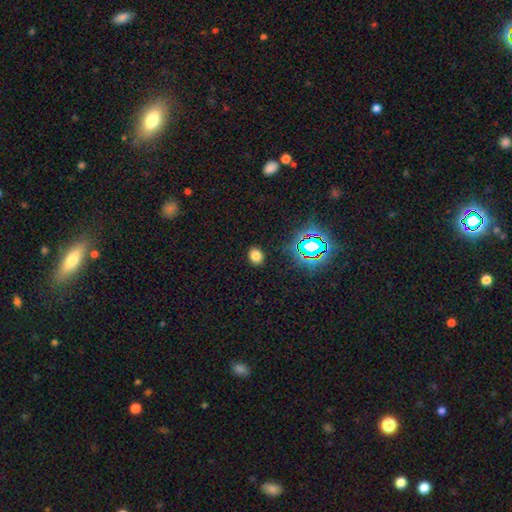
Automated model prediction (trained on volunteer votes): Smooth or featured? Predicted: smooth (p=0.74). How rounded? Predicted: round (p=0.57). Merging? Predicted: none (p=0.88).